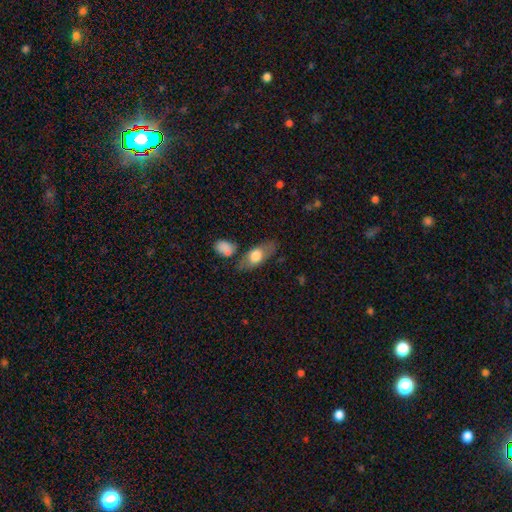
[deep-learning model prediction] This is likely a smooth galaxy (63%). How rounded: likely in between (79%). Merging: likely none (69%).